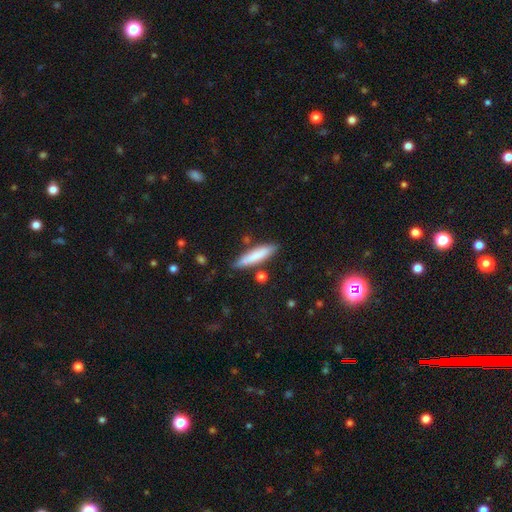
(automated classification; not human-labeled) smooth-or-featured: smooth: 78% | featured or disk: 16% | star or artifact: 6%
  how-rounded: cigar-shaped: 80% | in between: 18% | round: 1%
  merging: none: 79% | minor disturbance: 14% | merger: 4% | major disturbance: 3%